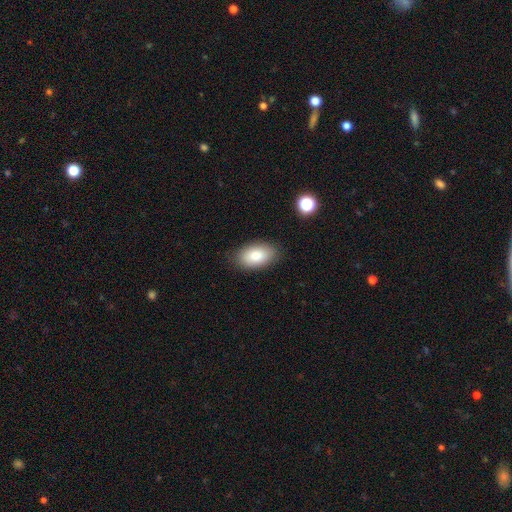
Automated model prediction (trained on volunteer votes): A smooth galaxy with no disk features (82%) that is in between round and cigar-shaped (93%).

Vote fractions:
- Smooth or featured? smooth: 82% / featured or disk: 11% / star or artifact: 8%
- How rounded? in between: 93% / round: 5% / cigar-shaped: 2%
- Merging? none: 86% / minor disturbance: 11% / major disturbance: 3% / merger: 1%